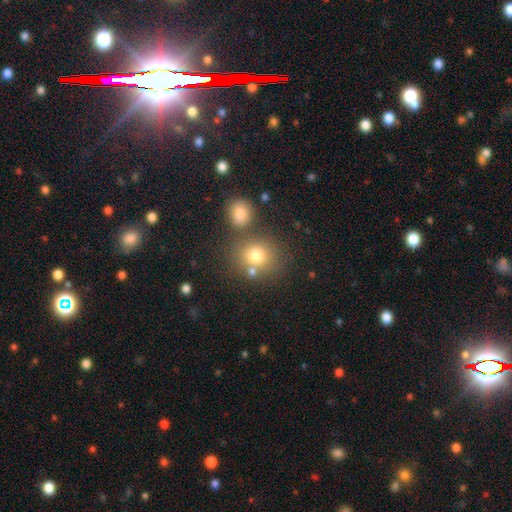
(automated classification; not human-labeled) Smooth or featured?
  - smooth: 76% *
  - star or artifact: 14%
  - featured or disk: 10%
How rounded?
  - round: 78% *
  - in between: 21%
  - cigar-shaped: 1%
Merging?
  - none: 65% *
  - merger: 20%
  - minor disturbance: 10%
  - major disturbance: 4%